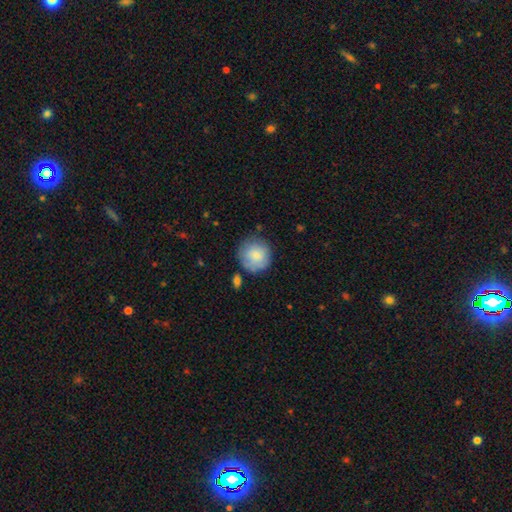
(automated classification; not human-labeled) smooth 83%, featured or disk 10%, star or artifact 7%. Down the decision tree: how rounded — round (93%); merging — none (73%).